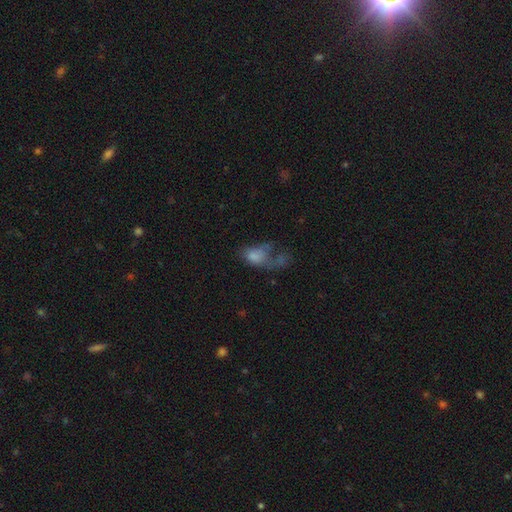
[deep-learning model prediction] smooth_or_featured: smooth (p=0.66) [alt: featured or disk p=0.22]
how_rounded: in between (p=0.84) [alt: round p=0.13]
merging: major disturbance (p=0.49) [alt: merger p=0.22]